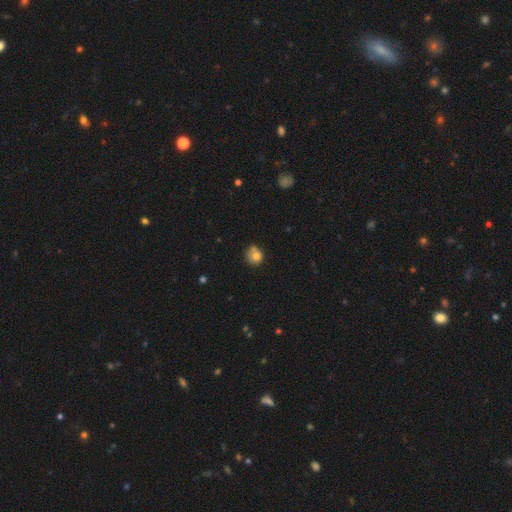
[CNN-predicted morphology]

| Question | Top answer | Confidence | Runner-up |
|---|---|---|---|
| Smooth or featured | smooth | 77% | featured or disk (12%) |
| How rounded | round | 80% | in between (19%) |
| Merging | none | 55% | minor disturbance (27%) |